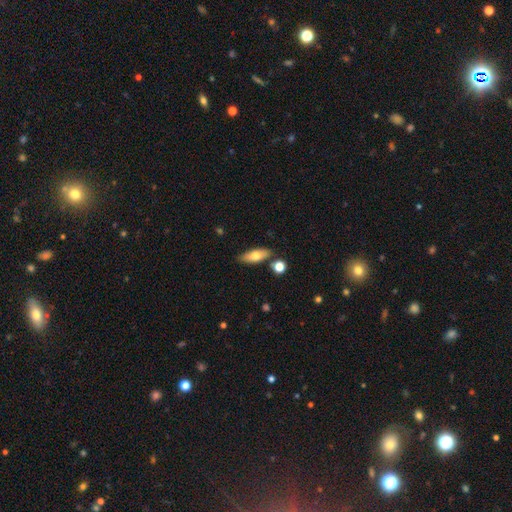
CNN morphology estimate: A smooth galaxy with no disk features (69%) that is in between round and cigar-shaped (68%). Merging: none (79%).